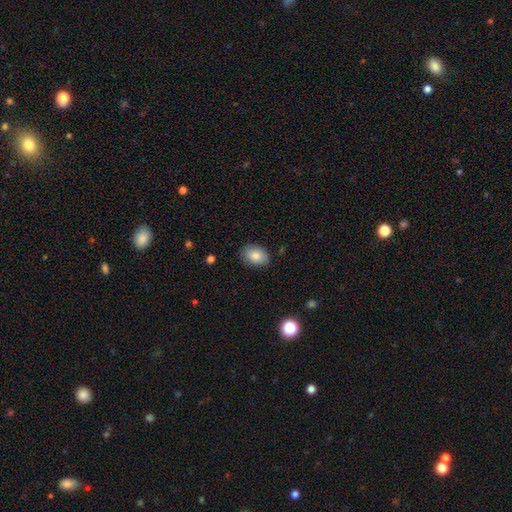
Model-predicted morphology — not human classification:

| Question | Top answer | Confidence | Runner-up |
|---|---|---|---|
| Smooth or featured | smooth | 83% | featured or disk (9%) |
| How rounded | in between | 82% | round (17%) |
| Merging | none | 83% | minor disturbance (13%) |